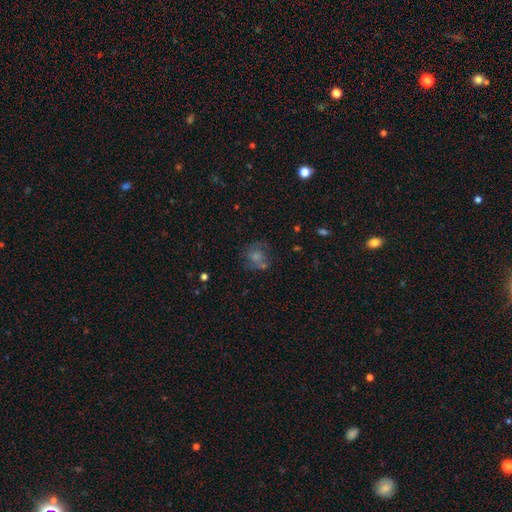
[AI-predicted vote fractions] smooth-or-featured: smooth: 39% | featured or disk: 32% | star or artifact: 28%
  merging: none: 62% | minor disturbance: 17% | major disturbance: 12% | merger: 8%